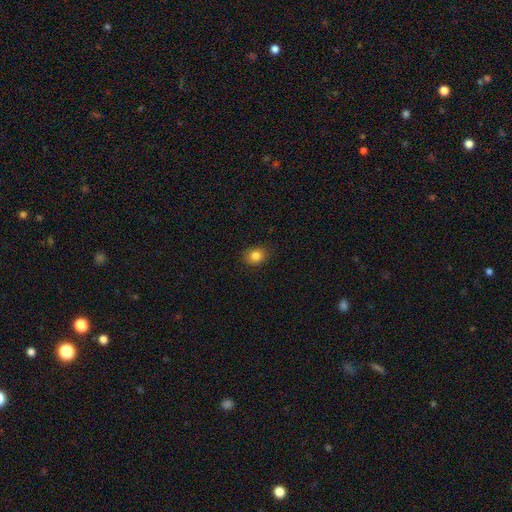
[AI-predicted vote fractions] A smooth galaxy with no disk features (84%) that is in between round and cigar-shaped (50%).

Vote fractions:
- Smooth or featured? smooth: 84% / star or artifact: 11% / featured or disk: 5%
- How rounded? in between: 50% / round: 49% / cigar-shaped: 1%
- Merging? none: 86% / minor disturbance: 11% / major disturbance: 2% / merger: 1%